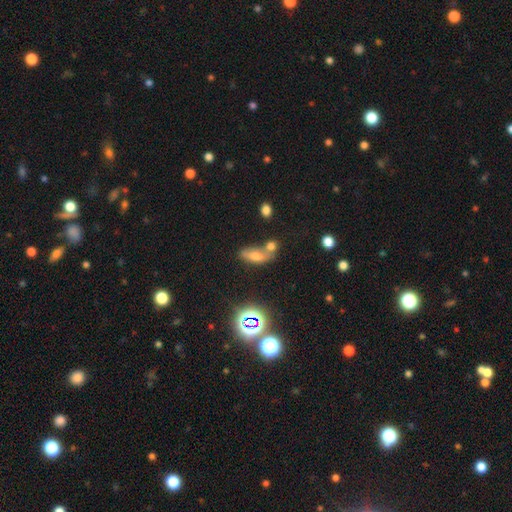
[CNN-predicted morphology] This appears to be a smooth galaxy with no disk features (55%) that is in between round and cigar-shaped (74%). Merging: merger (39%).